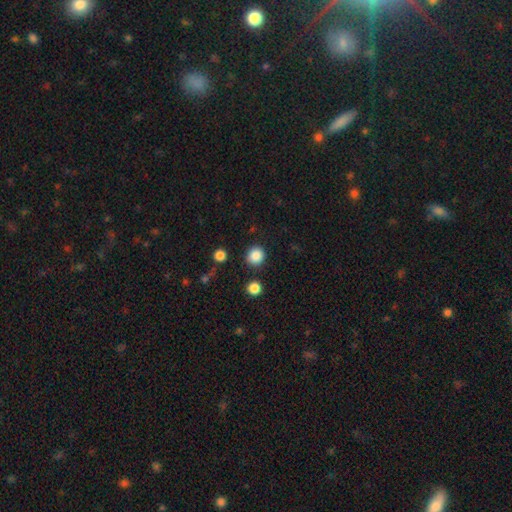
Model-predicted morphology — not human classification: Smooth or featured? Predicted: smooth (p=0.86). How rounded? Predicted: round (p=0.91). Merging? Predicted: none (p=0.87).